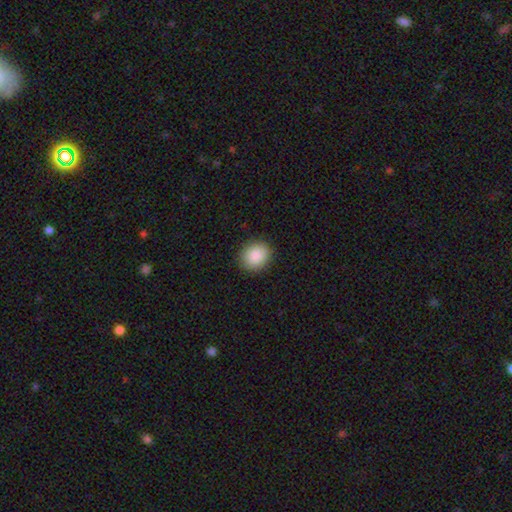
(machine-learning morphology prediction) type=smooth (88%); roundness=round (69%); merging=none (90%).